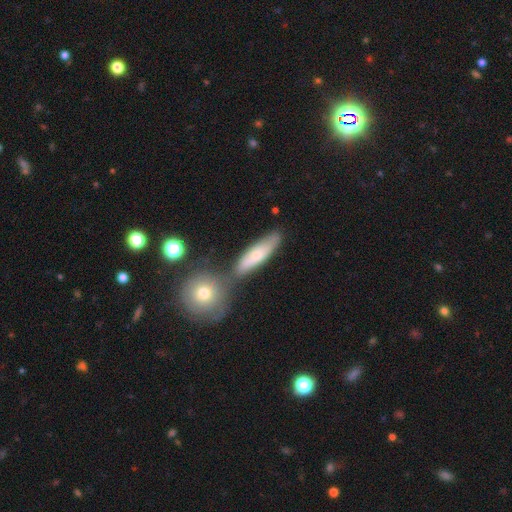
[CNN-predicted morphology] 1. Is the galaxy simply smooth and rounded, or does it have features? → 66% smooth, 27% featured or disk, 7% star or artifact.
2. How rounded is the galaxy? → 62% cigar-shaped, 34% in between, 4% round.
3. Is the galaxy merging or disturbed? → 63% none, 18% merger, 14% minor disturbance, 4% major disturbance.